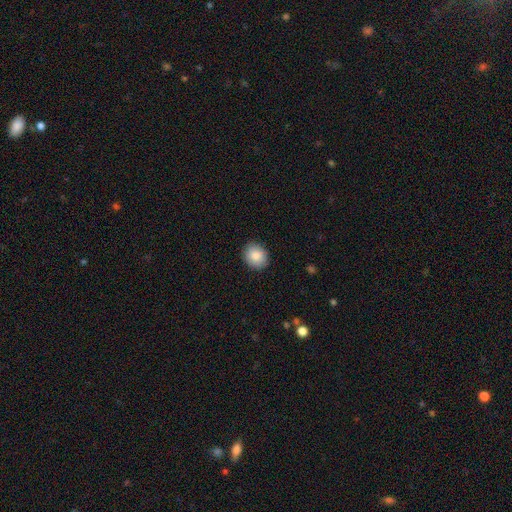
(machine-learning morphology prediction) Overall: smooth (86%). How rounded: round (66%; in between 33%). Merging: none (90%).